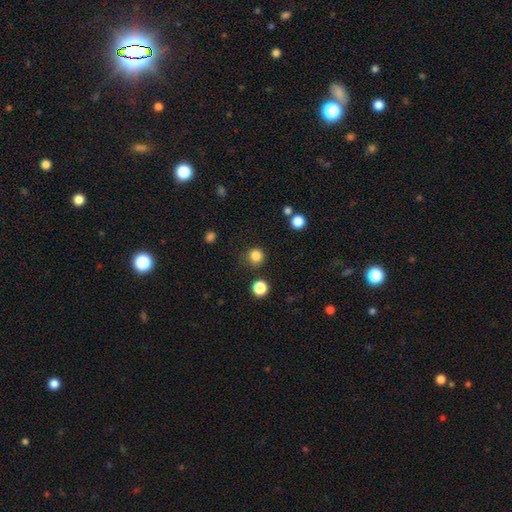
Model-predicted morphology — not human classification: Smooth or featured: smooth — 84% (star or artifact — 13%)
How rounded: round — 94% (in between — 6%)
Merging: none — 85% (minor disturbance — 9%)